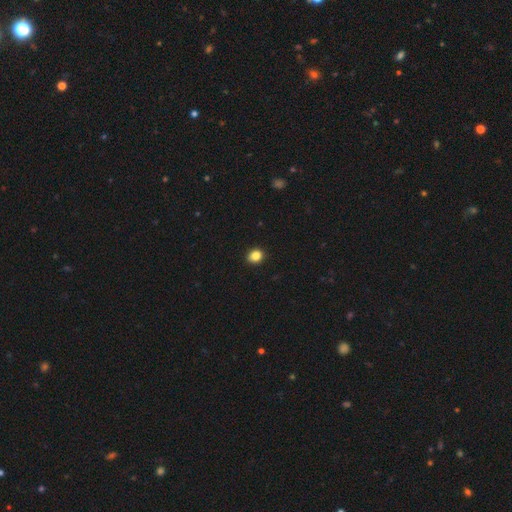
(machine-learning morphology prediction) smooth-or-featured: smooth: 85% | star or artifact: 11% | featured or disk: 4%
  how-rounded: round: 70% | in between: 29% | cigar-shaped: 1%
  merging: none: 91% | minor disturbance: 6% | major disturbance: 2% | merger: 1%